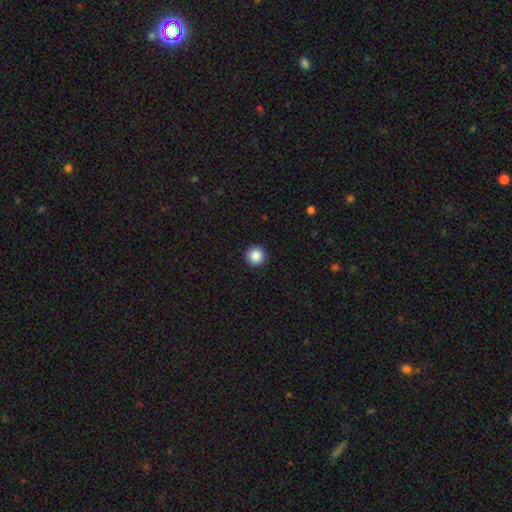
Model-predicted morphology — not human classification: Smooth or featured?
  - smooth: 88% *
  - star or artifact: 9%
  - featured or disk: 3%
How rounded?
  - round: 96% *
  - in between: 3%
  - cigar-shaped: 1%
Merging?
  - none: 93% *
  - minor disturbance: 4%
  - major disturbance: 2%
  - merger: 1%